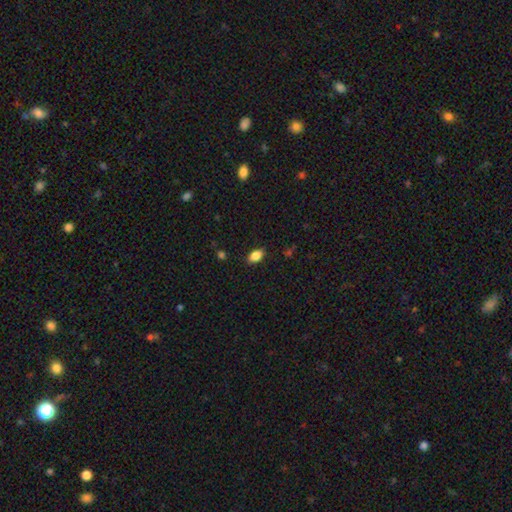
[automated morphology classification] smooth-or-featured: smooth: 86% | star or artifact: 9% | featured or disk: 5%
  how-rounded: in between: 89% | round: 8% | cigar-shaped: 2%
  merging: none: 87% | minor disturbance: 10% | major disturbance: 2% | merger: 1%